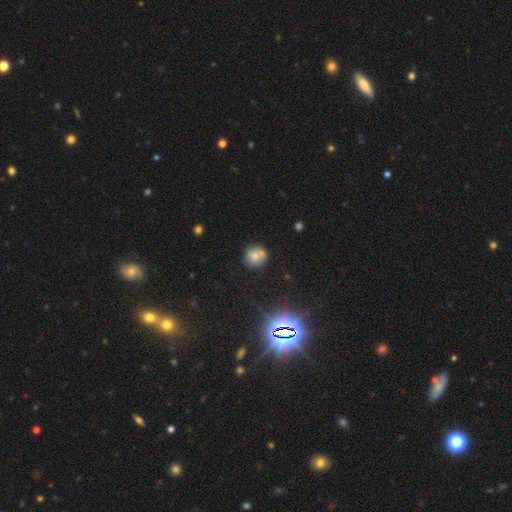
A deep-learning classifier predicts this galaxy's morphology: Q: Smooth or featured?
A: smooth (71%); runner-up: star or artifact (15%)
Q: How rounded?
A: round (88%); runner-up: in between (11%)
Q: Merging?
A: none (68%); runner-up: minor disturbance (15%)